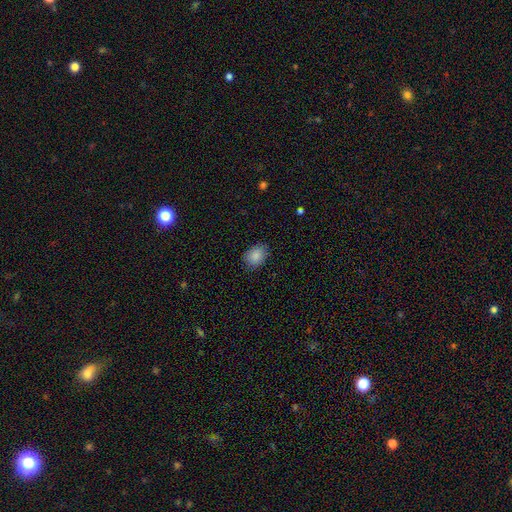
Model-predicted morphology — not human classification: A smooth galaxy with no disk features (87%) that is in between round and cigar-shaped (68%). Merging: none (82%).